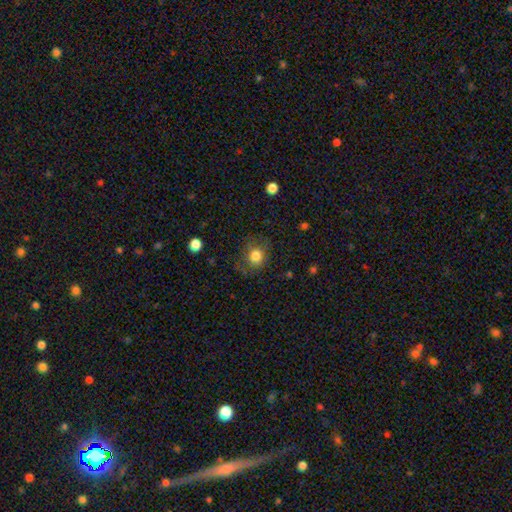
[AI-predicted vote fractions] A smooth galaxy with no disk features (82%) that is round (78%).

Vote fractions:
- Smooth or featured? smooth: 82% / star or artifact: 11% / featured or disk: 8%
- How rounded? round: 78% / in between: 21% / cigar-shaped: 1%
- Merging? none: 74% / minor disturbance: 17% / major disturbance: 7% / merger: 1%